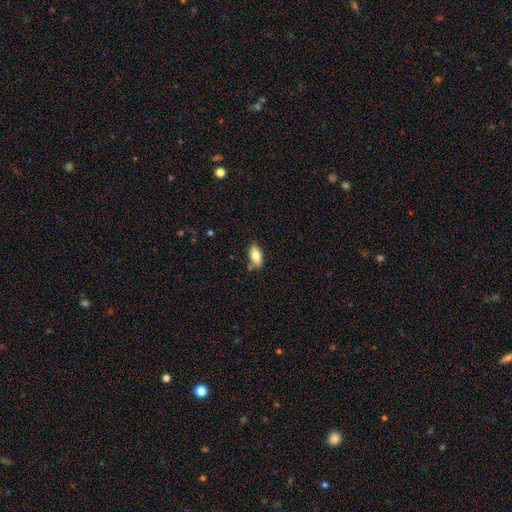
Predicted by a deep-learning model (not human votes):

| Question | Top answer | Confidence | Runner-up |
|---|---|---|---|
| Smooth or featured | smooth | 82% | featured or disk (11%) |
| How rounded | in between | 90% | cigar-shaped (7%) |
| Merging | none | 77% | minor disturbance (15%) |